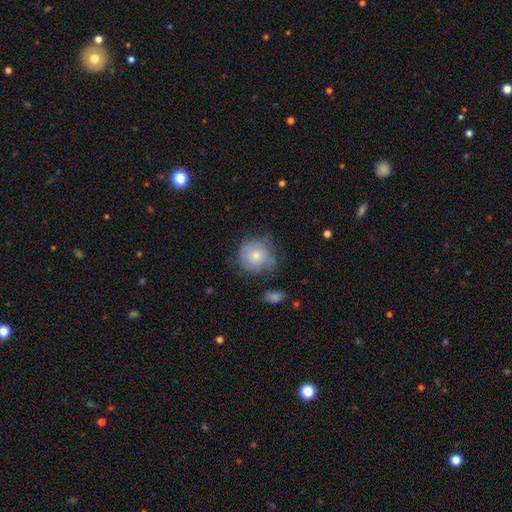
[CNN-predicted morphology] Smooth or featured? smooth (63%)
How rounded? round (86%)
Merging? none (54%)